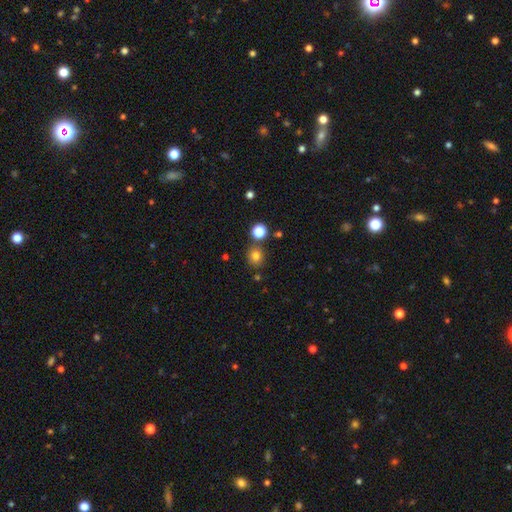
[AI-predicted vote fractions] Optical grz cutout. It shows a smooth galaxy with no disk features (78%) that is round (84%). Merging: none (79%).